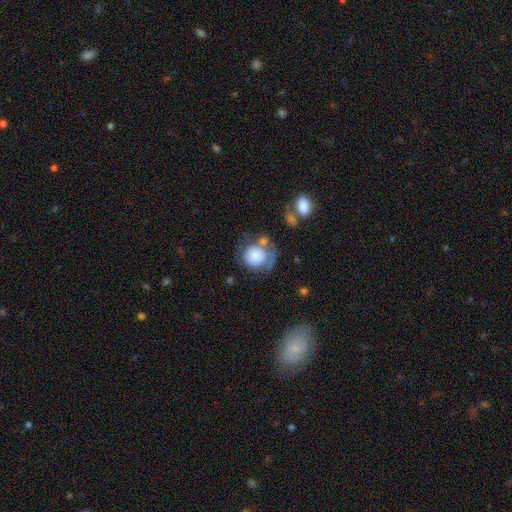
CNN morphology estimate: This is likely a smooth galaxy (70%). How rounded: clearly round (85%). Merging: marginally none (38%).